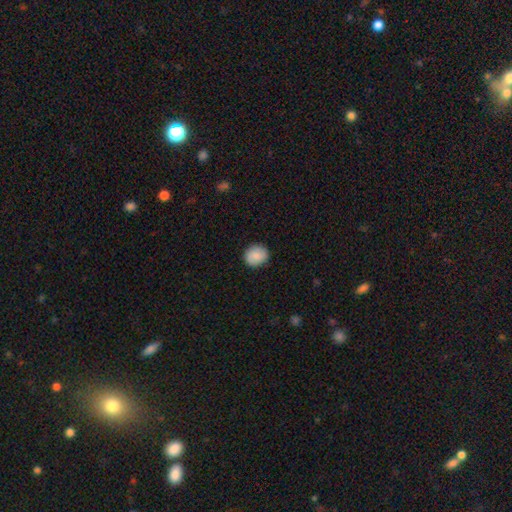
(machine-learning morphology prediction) type=smooth (81%); roundness=round (82%); merging=none (88%).